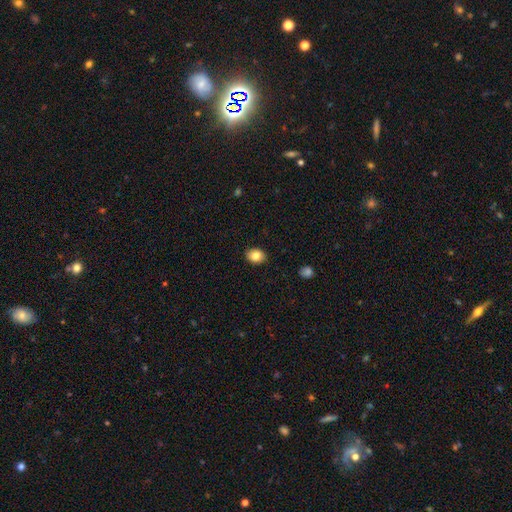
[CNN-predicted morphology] smooth-or-featured: smooth: 83% | star or artifact: 9% | featured or disk: 8%
  how-rounded: in between: 59% | round: 40% | cigar-shaped: 1%
  merging: none: 89% | minor disturbance: 8% | major disturbance: 2% | merger: 1%